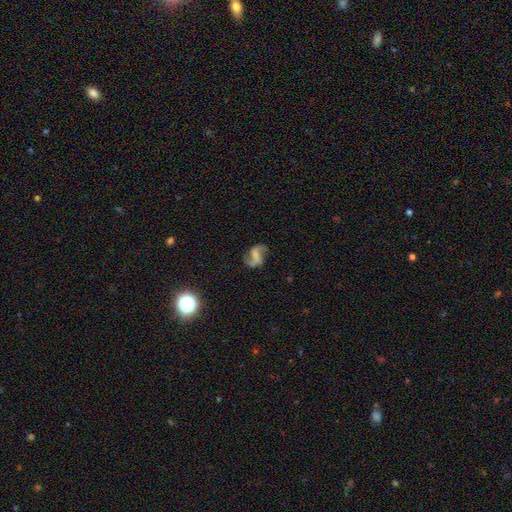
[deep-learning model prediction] Smooth or featured? Predicted: featured or disk (p=0.74). Edge-on disk? Predicted: no (p=0.98). Bar? Predicted: weak (p=0.41). Spiral arms? Predicted: yes (p=0.90). Spiral winding? Predicted: loose (p=0.68). Spiral arm count? Predicted: 2 (p=0.90). Bulge size? Predicted: none (p=0.56). Merging? Predicted: none (p=0.62).